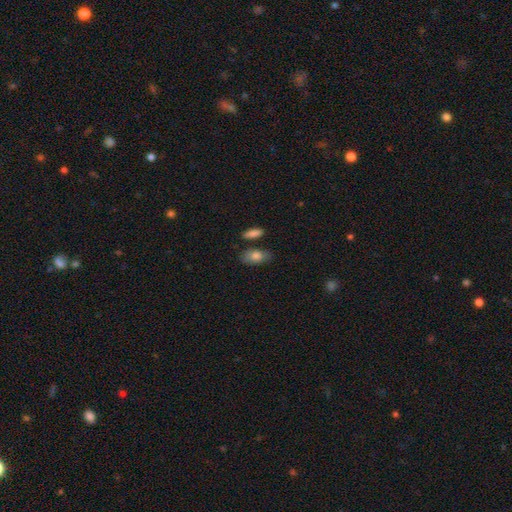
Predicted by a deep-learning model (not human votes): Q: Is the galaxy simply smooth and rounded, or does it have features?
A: smooth — 81%.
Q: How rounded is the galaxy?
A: in between — 87%.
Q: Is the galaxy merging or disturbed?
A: none — 74%.